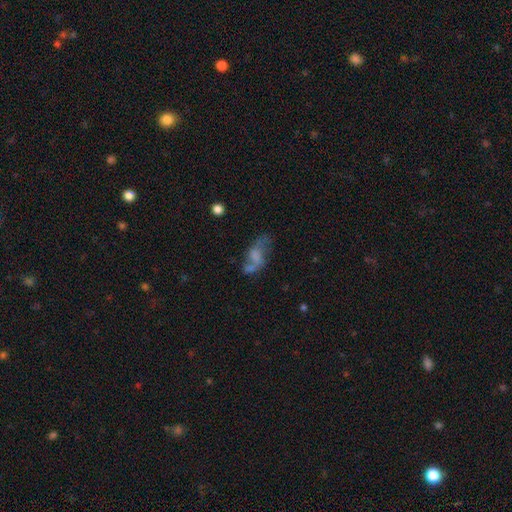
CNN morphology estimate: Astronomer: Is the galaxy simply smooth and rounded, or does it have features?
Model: featured or disk — 46% (runner-up: smooth, 40%).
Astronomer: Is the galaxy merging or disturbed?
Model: none — 33% (runner-up: major disturbance, 27%).